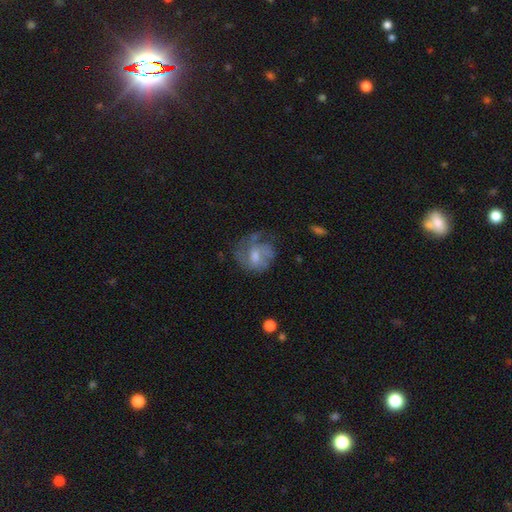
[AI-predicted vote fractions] Smooth or featured: featured or disk — 57% (smooth — 33%)
Edge-on disk: no — 97% (yes — 3%)
Bar: no — 55% (weak — 39%)
Spiral arms: yes — 65% (no — 35%)
Bulge size: moderate — 51% (small — 33%)
Merging: none — 52% (minor disturbance — 24%)